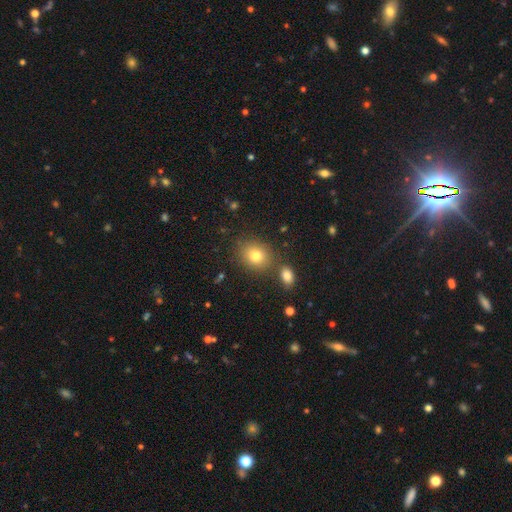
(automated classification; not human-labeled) Morphology: type=smooth (79%); roundness=round (60%); merging=none (76%).